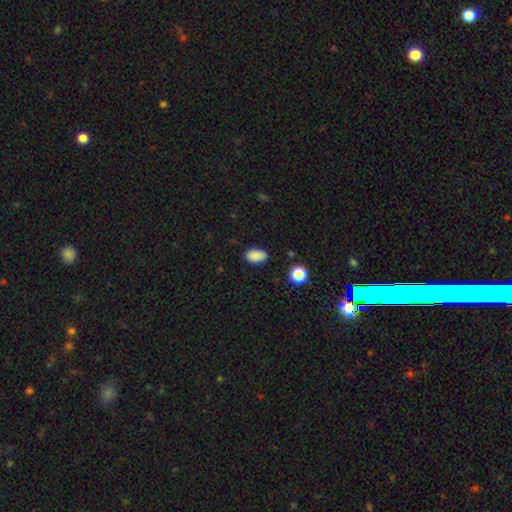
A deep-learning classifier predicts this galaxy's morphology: type=smooth (87%); roundness=in between (89%); merging=none (83%).